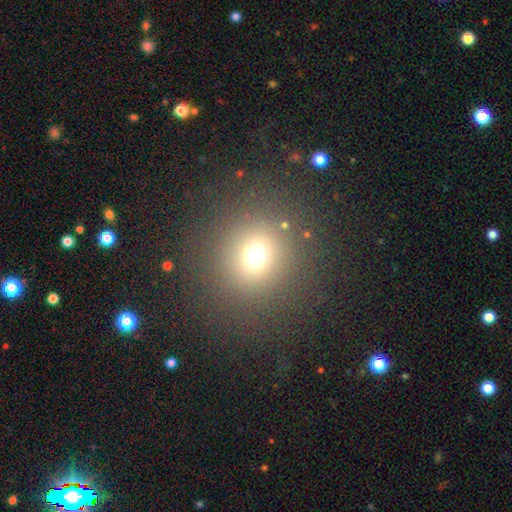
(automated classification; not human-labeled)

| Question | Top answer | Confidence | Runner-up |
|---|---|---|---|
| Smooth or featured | smooth | 67% | star or artifact (24%) |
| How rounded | round | 89% | in between (10%) |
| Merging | none | 84% | minor disturbance (7%) |